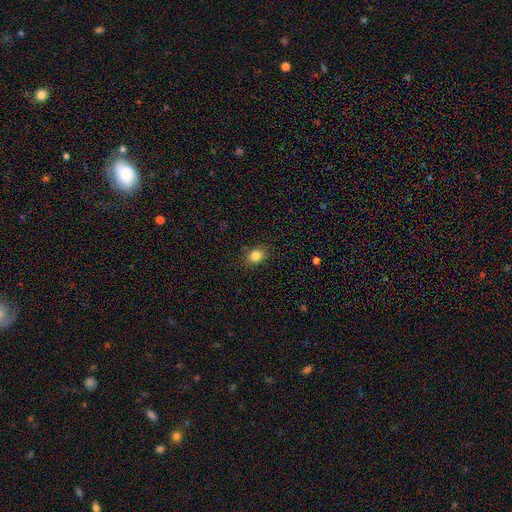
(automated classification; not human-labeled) This is clearly a smooth galaxy (83%). How rounded: possibly in between (53%). Merging: clearly none (86%).